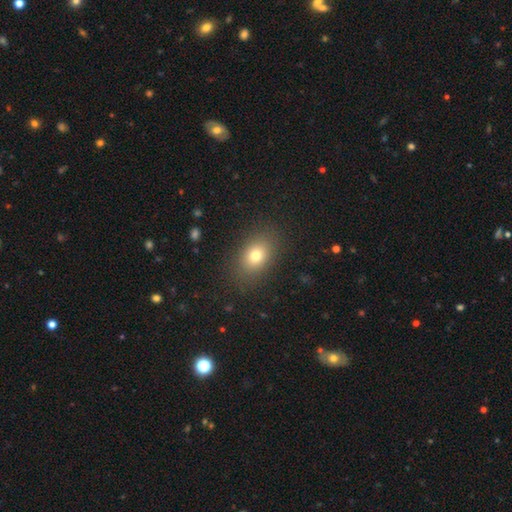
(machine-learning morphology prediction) A smooth galaxy with no disk features (76%) that is in between round and cigar-shaped (72%). Merging: none (86%).